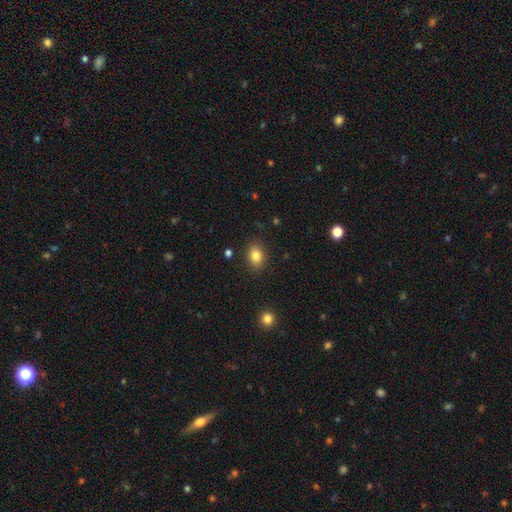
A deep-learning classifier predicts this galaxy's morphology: Smooth or featured? smooth (84%)
How rounded? in between (69%)
Merging? none (87%)